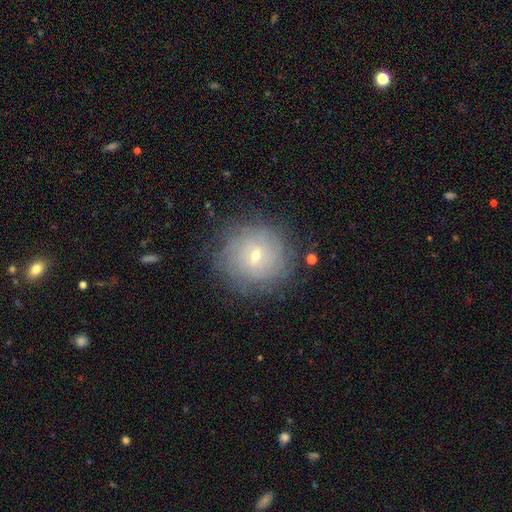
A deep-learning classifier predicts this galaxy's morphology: This appears to be a featured or disk galaxy (61%) with a weak bar (51%), spiral arms (80%) and a small central bulge (63%). Merging: none (82%).